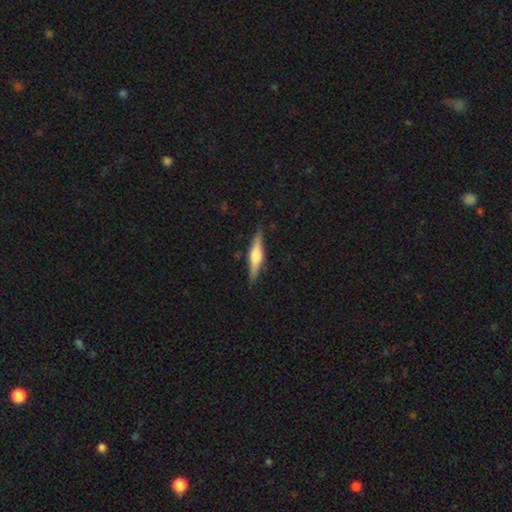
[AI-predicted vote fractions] A featured or disk galaxy (60%) viewed edge-on (97%) with a rounded central bulge (85%).

Vote fractions:
- Smooth or featured? featured or disk: 60% / smooth: 34% / star or artifact: 6%
- Edge-on disk? yes: 97% / no: 3%
- Edge-on bulge? rounded: 85% / boxy: 11% / none: 4%
- Merging? none: 88% / minor disturbance: 9% / major disturbance: 2% / merger: 1%